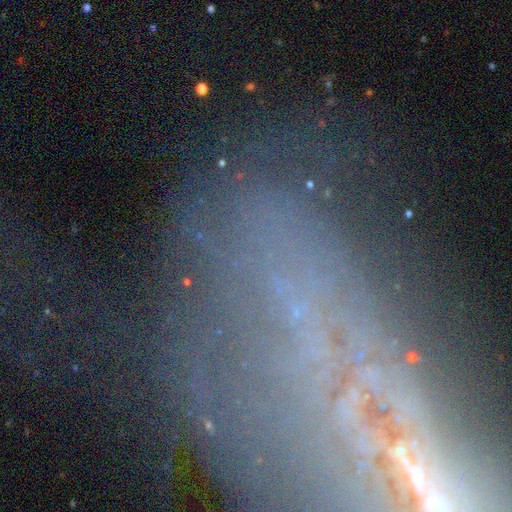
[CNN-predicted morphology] smooth_or_featured: featured or disk (p=0.50) [alt: star or artifact p=0.32]
disk_edge_on: no (p=0.86) [alt: yes p=0.14]
merging: none (p=0.58) [alt: minor disturbance p=0.18]